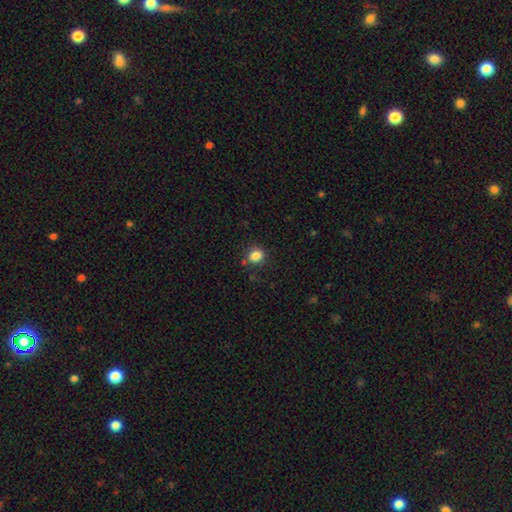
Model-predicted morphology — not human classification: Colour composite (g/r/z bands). It shows a smooth galaxy with no disk features (84%) that is round (58%). Merging: none (79%).